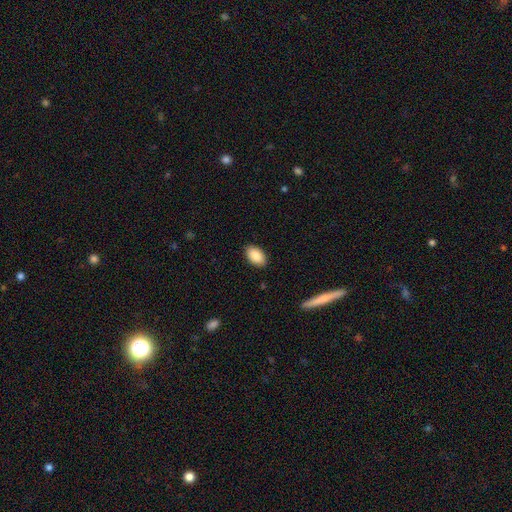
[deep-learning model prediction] A smooth galaxy with no disk features (89%) that is in between round and cigar-shaped (93%). Merging: none (88%).